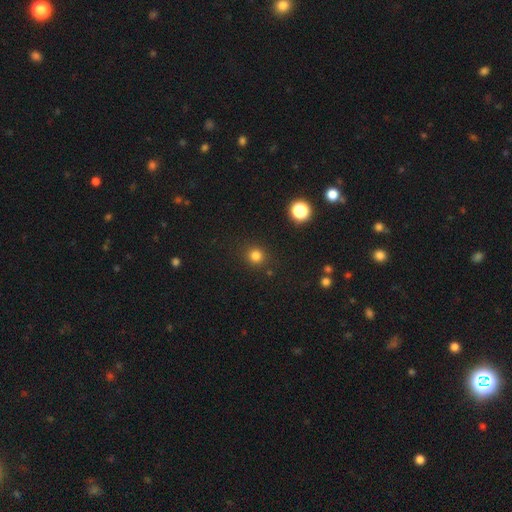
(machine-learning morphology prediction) Smooth or featured: smooth — 80% (star or artifact — 16%)
How rounded: round — 91% (in between — 8%)
Merging: none — 89% (minor disturbance — 6%)